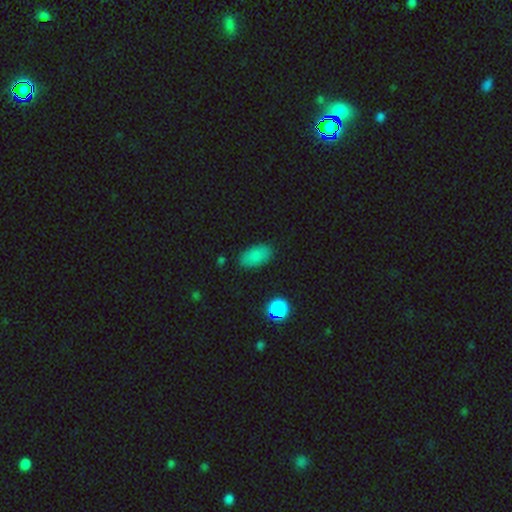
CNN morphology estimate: Smooth or featured? smooth (85%)
How rounded? in between (92%)
Merging? none (85%)